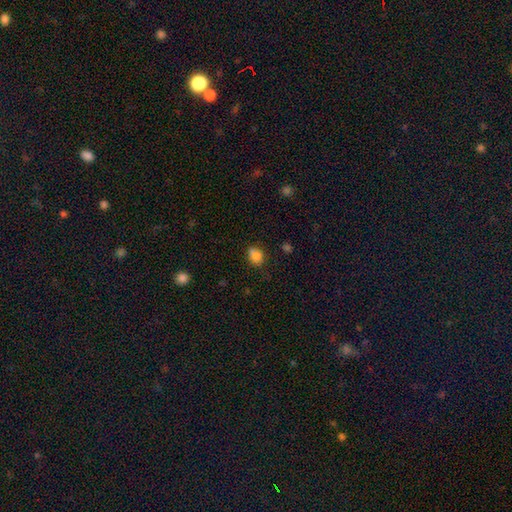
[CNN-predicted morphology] This is clearly a smooth galaxy (81%). How rounded: possibly in between (54%). Merging: likely none (62%).